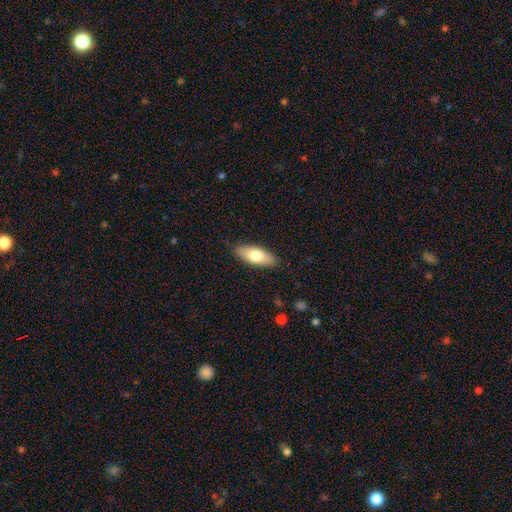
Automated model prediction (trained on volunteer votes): A smooth galaxy with no disk features (73%) that is in between round and cigar-shaped (78%). Merging: none (87%).